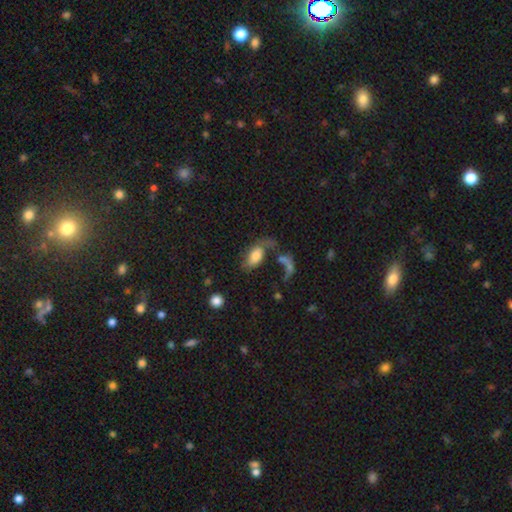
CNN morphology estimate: Smooth or featured?
  - smooth: 64% *
  - featured or disk: 28%
  - star or artifact: 9%
How rounded?
  - in between: 90% *
  - round: 5%
  - cigar-shaped: 4%
Merging?
  - none: 30% * (tied)
  - major disturbance: 30% * (tied)
  - merger: 24%
  - minor disturbance: 15%